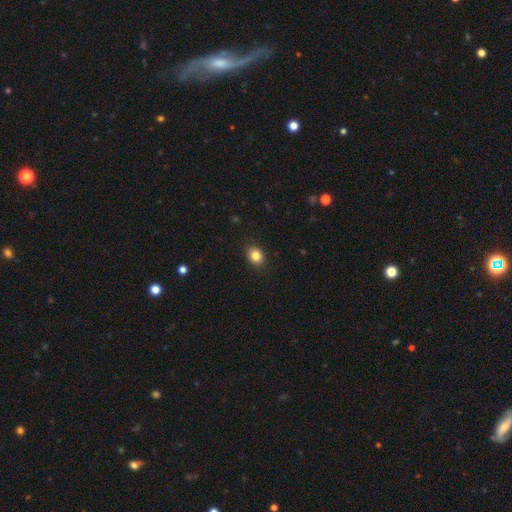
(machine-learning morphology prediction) Smooth or featured: smooth — 85% (star or artifact — 10%)
How rounded: round — 53% (in between — 47%)
Merging: none — 90% (minor disturbance — 7%)